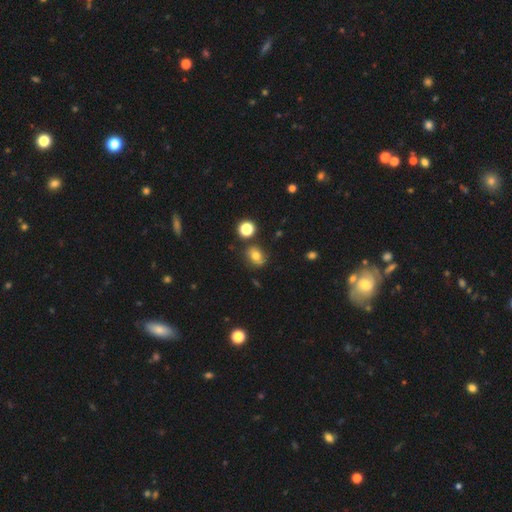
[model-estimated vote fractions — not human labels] smooth_or_featured: smooth (p=0.69) [alt: featured or disk p=0.16]
how_rounded: in between (p=0.53) [alt: round p=0.45]
merging: none (p=0.73) [alt: minor disturbance p=0.16]